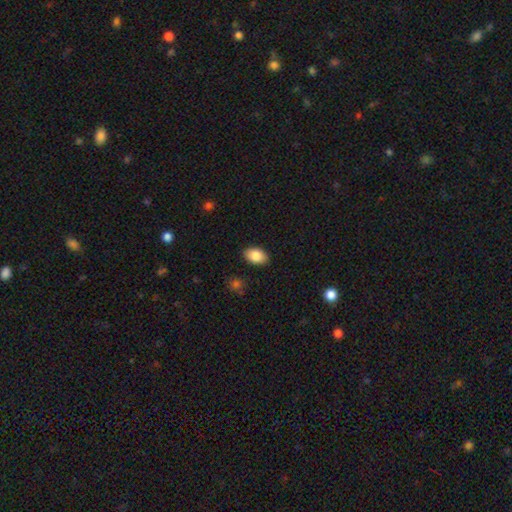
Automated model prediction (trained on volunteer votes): Smooth or featured? smooth (86%)
How rounded? in between (88%)
Merging? none (88%)